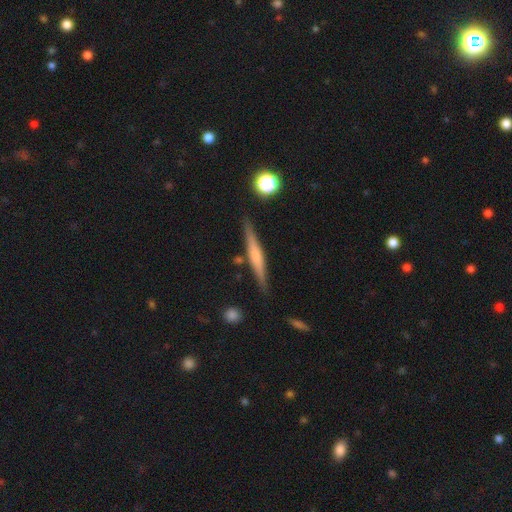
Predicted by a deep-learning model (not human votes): This appears to be a featured or disk galaxy (56%) viewed edge-on (97%) with a rounded central bulge (45%). Merging: none (86%).